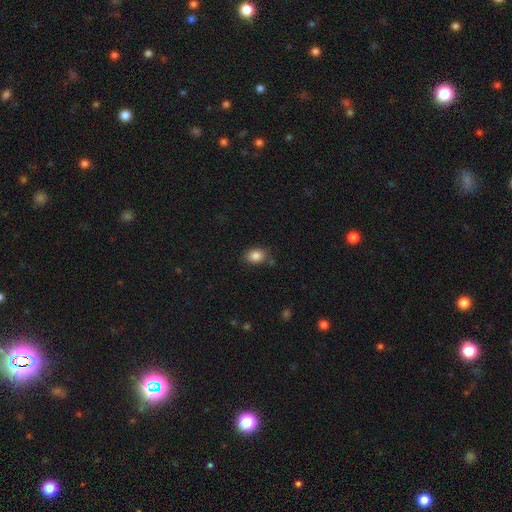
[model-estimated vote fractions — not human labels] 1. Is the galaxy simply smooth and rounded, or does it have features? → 85% smooth, 9% star or artifact, 5% featured or disk.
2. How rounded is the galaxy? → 68% in between, 31% round, 1% cigar-shaped.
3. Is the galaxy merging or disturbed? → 77% none, 15% minor disturbance, 5% merger, 4% major disturbance.